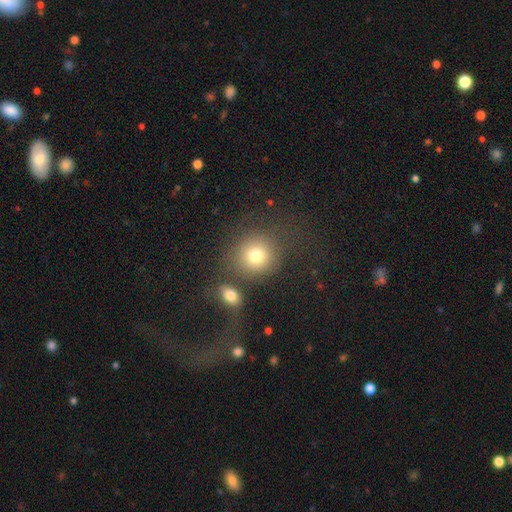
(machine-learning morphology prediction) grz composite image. It shows a smooth galaxy with no disk features (76%) that is round (84%). Merging: none (65%).